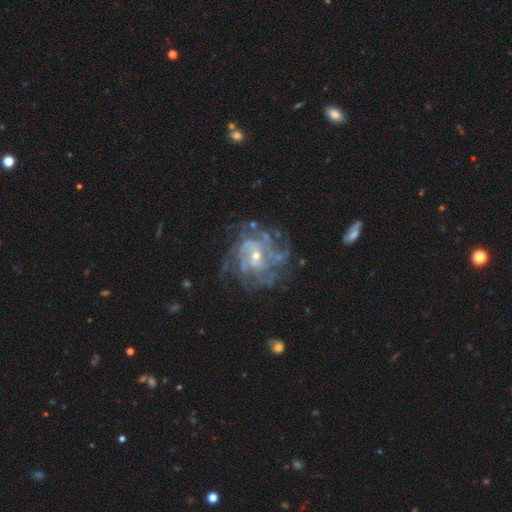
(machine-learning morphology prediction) Smooth or featured? featured or disk (86%)
Edge-on disk? no (98%)
Bar? no (66%)
Spiral arms? yes (94%)
Spiral winding? tight (60%)
Spiral arm count? can't tell (33%)
Bulge size? small (66%)
Merging? none (72%)